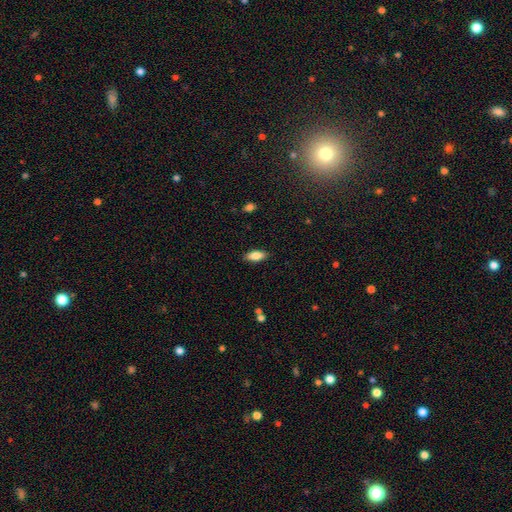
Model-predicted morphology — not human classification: The model was most divided on "how rounded": in between: 81%, cigar-shaped: 16%, round: 2%. More confident: merging — none (87%); smooth or featured — smooth (83%).